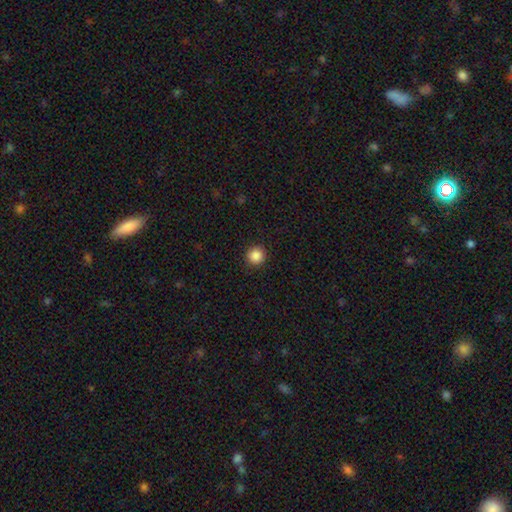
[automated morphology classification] Overall: smooth (87%). How rounded: round (94%). Merging: none (92%).